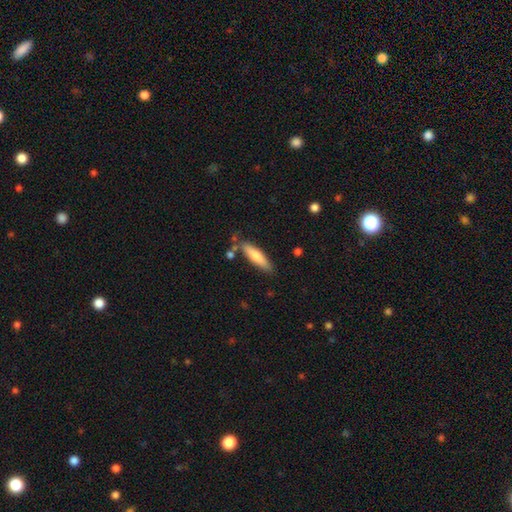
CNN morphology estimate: Smooth or featured? Predicted: smooth (p=0.71). How rounded? Predicted: cigar-shaped (p=0.72). Merging? Predicted: none (p=0.77).